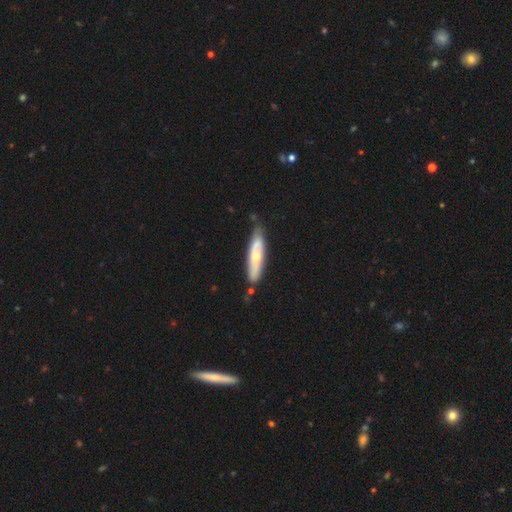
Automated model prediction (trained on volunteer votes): A featured or disk galaxy (52%) viewed edge-on (54%).

Vote fractions:
- Smooth or featured? featured or disk: 52% / smooth: 43% / star or artifact: 5%
- Edge-on disk? yes: 54% / no: 46%
- Merging? none: 72% / minor disturbance: 19% / merger: 5% / major disturbance: 4%